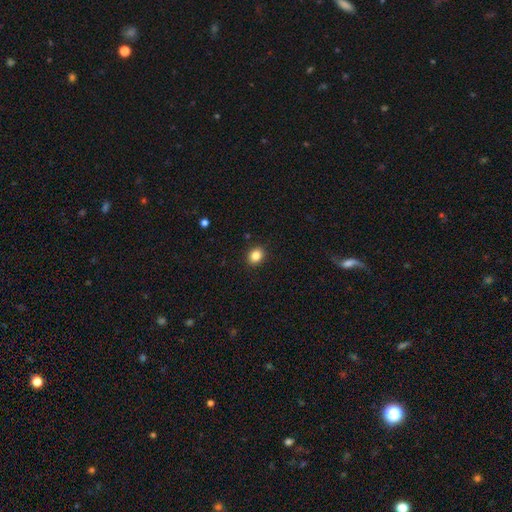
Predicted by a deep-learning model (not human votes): This is clearly a smooth galaxy (85%). How rounded: likely round (62%). Merging: clearly none (91%).